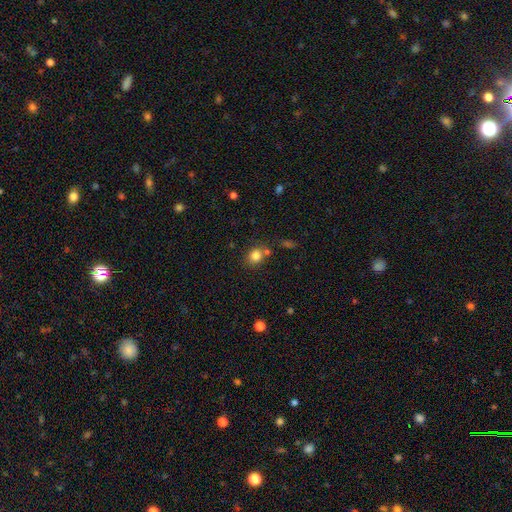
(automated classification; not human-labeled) A smooth galaxy with no disk features (82%) that is round (73%). Merging: none (67%).